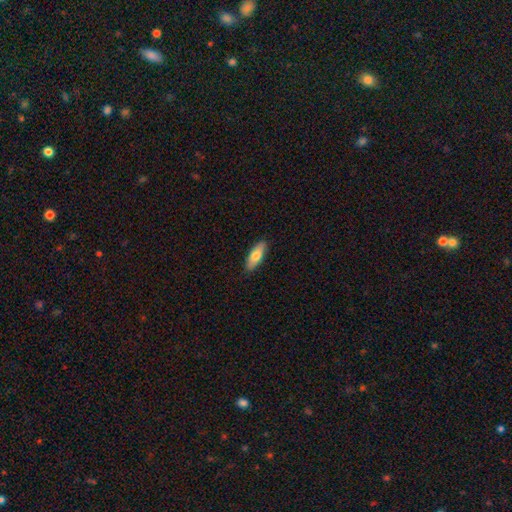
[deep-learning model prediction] Smooth or featured?
  - smooth: 75% *
  - featured or disk: 20%
  - star or artifact: 6%
How rounded?
  - in between: 67% *
  - cigar-shaped: 31%
  - round: 2%
Merging?
  - none: 88% *
  - minor disturbance: 9%
  - major disturbance: 2%
  - merger: 1%